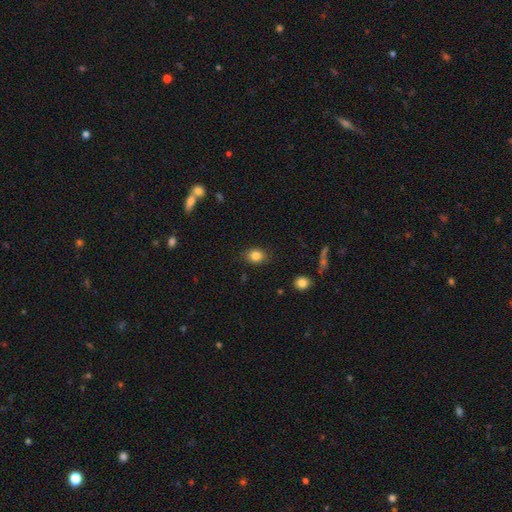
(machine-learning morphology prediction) A smooth galaxy with no disk features (83%) that is in between round and cigar-shaped (53%). Merging: none (82%).